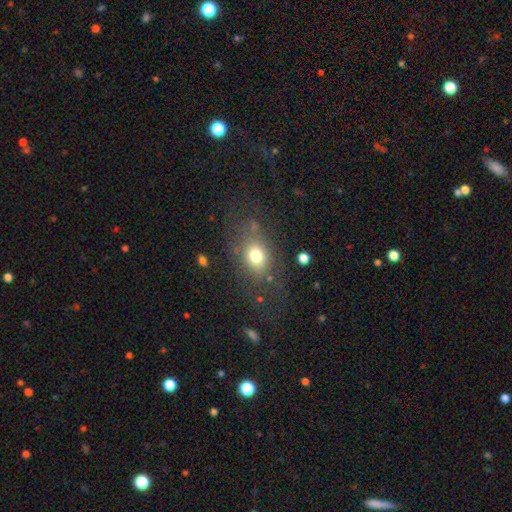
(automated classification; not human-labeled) This appears to be a smooth galaxy with no disk features (72%) that is in between round and cigar-shaped (62%). Merging: none (68%).